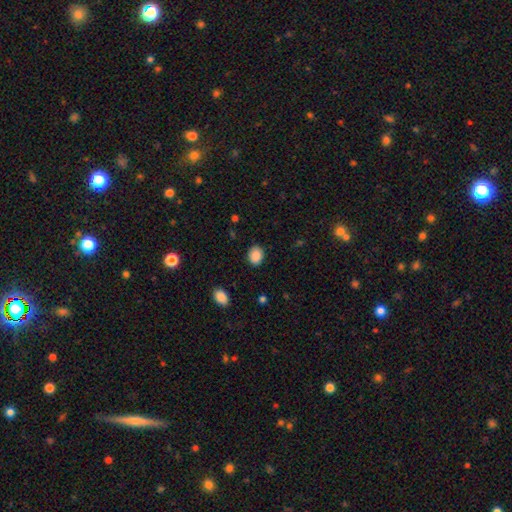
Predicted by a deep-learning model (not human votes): Smooth or featured: smooth — 89% (star or artifact — 8%)
How rounded: in between — 55% (round — 44%)
Merging: none — 88% (minor disturbance — 9%)